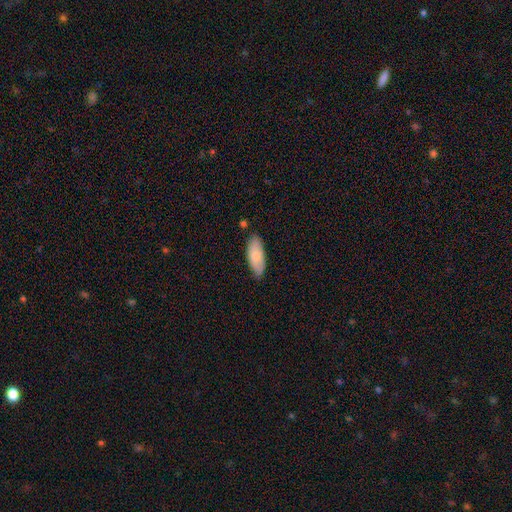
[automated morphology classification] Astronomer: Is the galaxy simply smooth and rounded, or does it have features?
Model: smooth — 80%.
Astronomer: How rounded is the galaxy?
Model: in between — 77%.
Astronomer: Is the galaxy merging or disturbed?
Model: none — 80%.